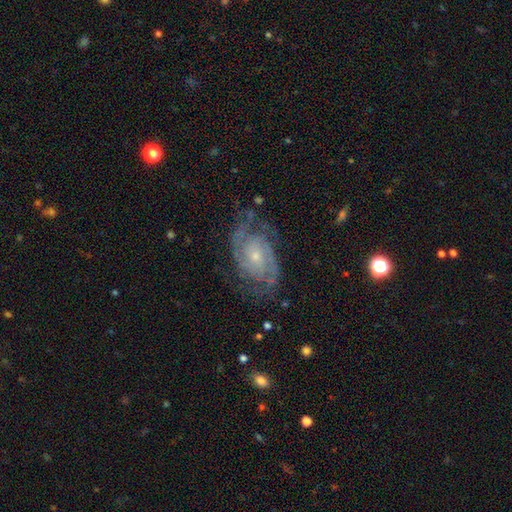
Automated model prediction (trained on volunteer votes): This is clearly a featured or disk galaxy (88%). It is clearly not viewed edge-on (97%). Bar: likely no (63%). Spiral arm pattern: clearly yes (97%). Spiral arm count: likely 2 (66%). Spiral winding: possibly tight (53%). Central bulge: likely small (66%). Merging: likely none (72%).